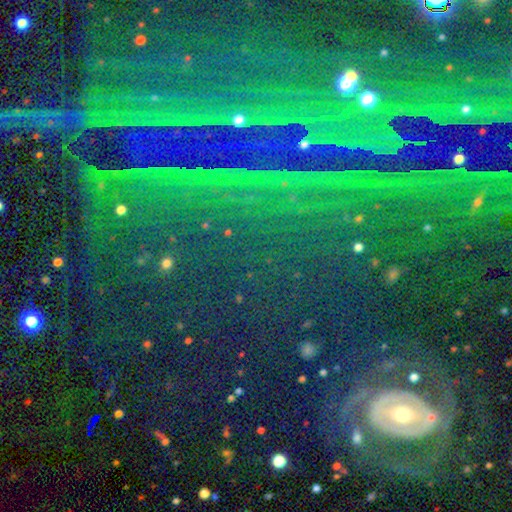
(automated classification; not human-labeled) Overall: star or artifact (77%).